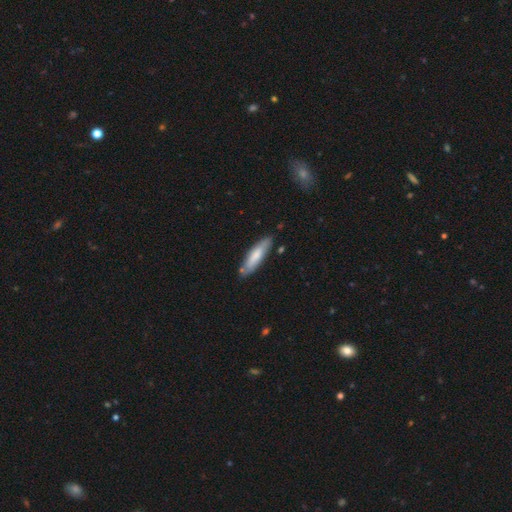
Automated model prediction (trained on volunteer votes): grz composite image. It shows a smooth galaxy with no disk features (70%) that is cigar-shaped (68%). Merging: none (79%).